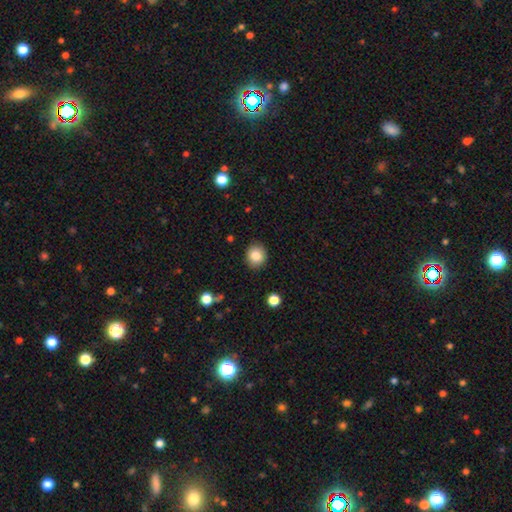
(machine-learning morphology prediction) Overall: smooth (85%). How rounded: round (80%). Merging: none (89%).